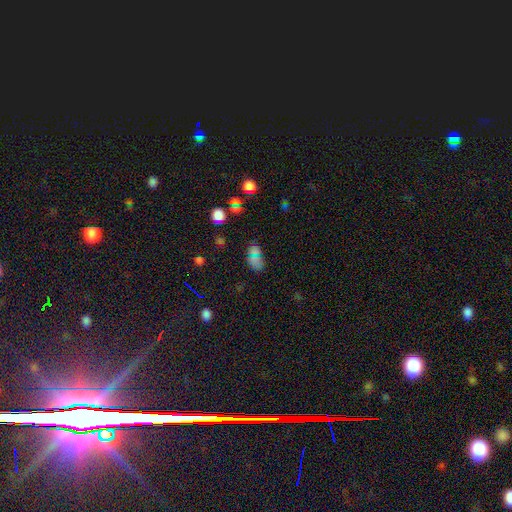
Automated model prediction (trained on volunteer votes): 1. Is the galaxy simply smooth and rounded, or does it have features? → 56% smooth, 35% star or artifact, 10% featured or disk.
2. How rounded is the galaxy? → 79% in between, 18% round, 3% cigar-shaped.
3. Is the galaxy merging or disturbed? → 68% none, 15% minor disturbance, 10% merger, 7% major disturbance.